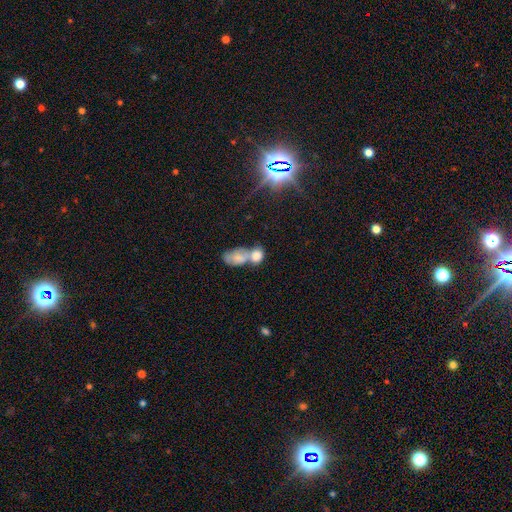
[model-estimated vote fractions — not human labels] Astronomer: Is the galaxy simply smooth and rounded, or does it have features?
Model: smooth — 71%.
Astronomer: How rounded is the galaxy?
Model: in between — 76%.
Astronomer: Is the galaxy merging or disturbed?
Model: merger — 71%.